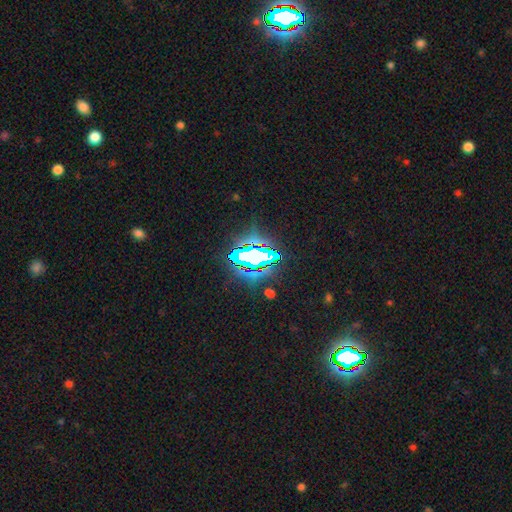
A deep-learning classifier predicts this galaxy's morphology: This is likely a star or artifact rather than a galaxy (70%).